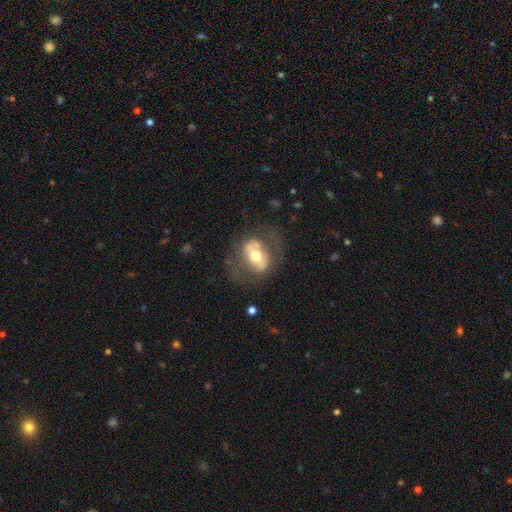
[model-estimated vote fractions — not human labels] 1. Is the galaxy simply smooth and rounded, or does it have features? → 57% featured or disk, 36% smooth, 7% star or artifact.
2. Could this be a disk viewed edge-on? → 91% no, 9% yes.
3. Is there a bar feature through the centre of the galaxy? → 39% no, 33% strong, 28% weak.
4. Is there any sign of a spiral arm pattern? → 59% no, 41% yes.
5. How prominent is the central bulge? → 68% moderate, 15% large, 14% small, 2% dominant, 1% none.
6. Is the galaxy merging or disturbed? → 58% none, 20% minor disturbance, 18% major disturbance, 4% merger.